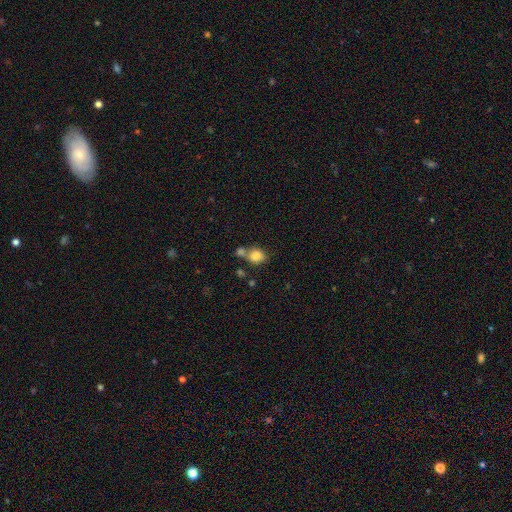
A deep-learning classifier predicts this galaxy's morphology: smooth-or-featured: smooth: 82% | star or artifact: 10% | featured or disk: 8%
  how-rounded: round: 67% | in between: 32% | cigar-shaped: 1%
  merging: none: 49% | merger: 34% | minor disturbance: 13% | major disturbance: 5%